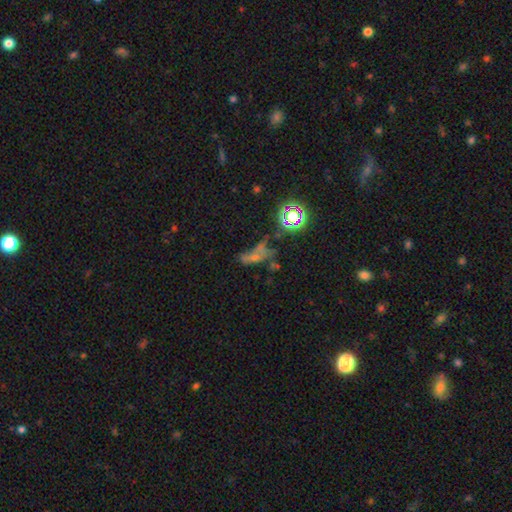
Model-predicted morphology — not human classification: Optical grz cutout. It shows a smooth galaxy with no disk features (36%). Merging: merger (30%).